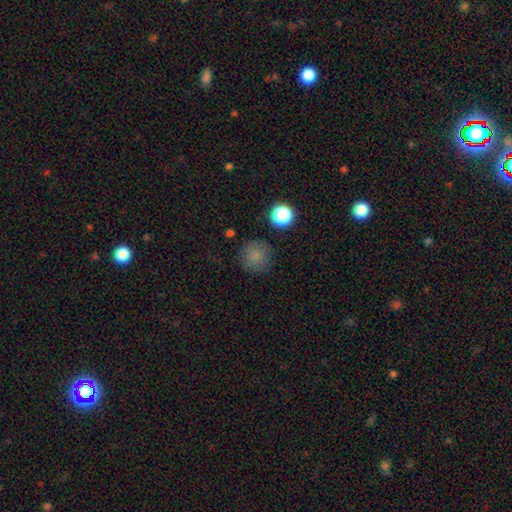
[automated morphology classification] The model was most divided on "smooth or featured": smooth: 79%, star or artifact: 14%, featured or disk: 7%. More confident: how rounded — round (94%); merging — none (83%).